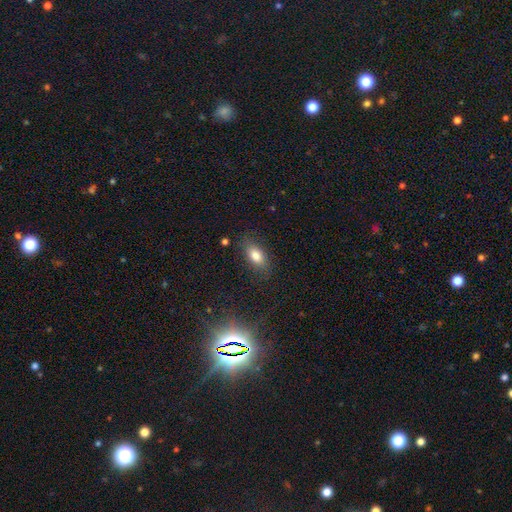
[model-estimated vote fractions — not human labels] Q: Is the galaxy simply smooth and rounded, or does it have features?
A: smooth — 80%.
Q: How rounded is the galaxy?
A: in between — 87%.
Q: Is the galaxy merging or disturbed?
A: none — 82%.